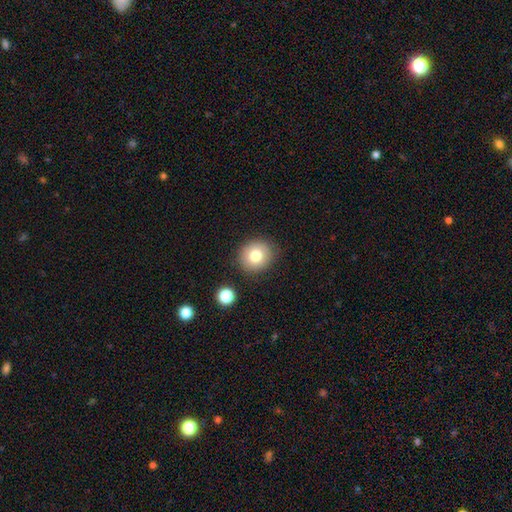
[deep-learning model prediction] Smooth or featured?
  - smooth: 79% *
  - featured or disk: 11%
  - star or artifact: 10%
How rounded?
  - round: 82% *
  - in between: 17%
  - cigar-shaped: 1%
Merging?
  - none: 84% *
  - minor disturbance: 9%
  - merger: 3%
  - major disturbance: 3%